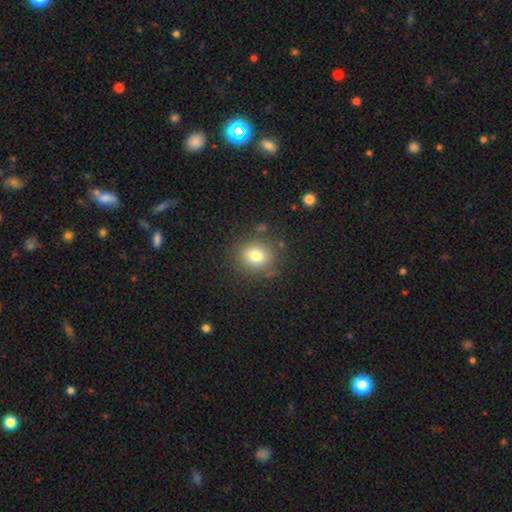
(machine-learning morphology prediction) type=smooth (78%); roundness=round (78%); merging=none (83%).